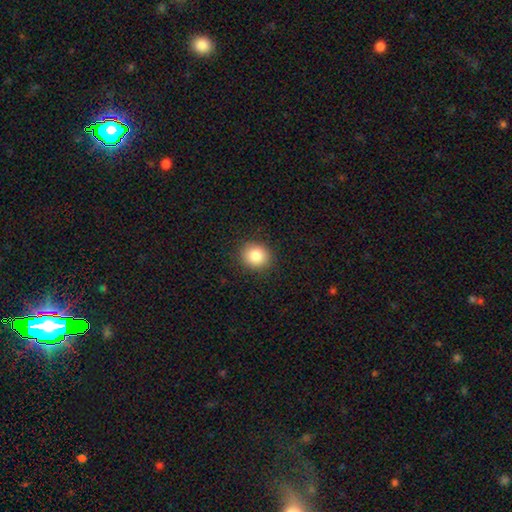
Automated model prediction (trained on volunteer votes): smooth 85%, star or artifact 9%, featured or disk 6%. Down the decision tree: how rounded — round (81%); merging — none (90%).